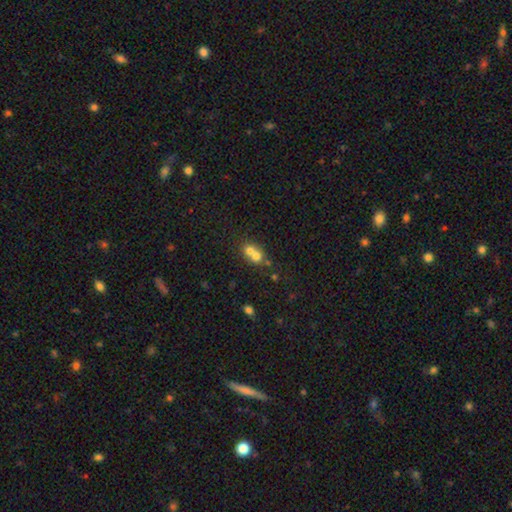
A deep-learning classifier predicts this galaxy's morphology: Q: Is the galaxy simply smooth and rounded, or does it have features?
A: smooth — 66%.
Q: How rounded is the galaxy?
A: round — 76%.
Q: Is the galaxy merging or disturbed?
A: merger — 68%.